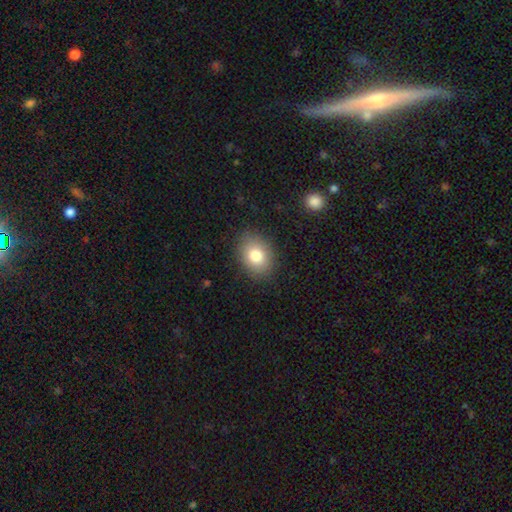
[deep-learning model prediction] A smooth galaxy with no disk features (80%) that is in between round and cigar-shaped (63%). Merging: none (86%).